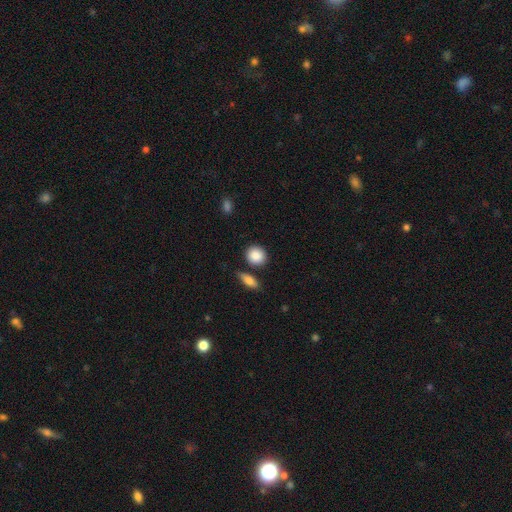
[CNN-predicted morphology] Smooth or featured: smooth — 88% (star or artifact — 7%)
How rounded: round — 80% (in between — 18%)
Merging: none — 79% (minor disturbance — 11%)